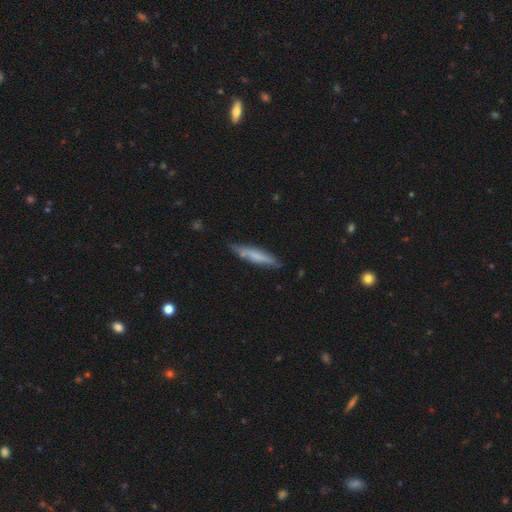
Volunteers were most divided on "smooth or featured": smooth: 65%, featured or disk: 30%, star or artifact: 5%. More confident: how rounded — cigar-shaped (88%); merging — none (71%).